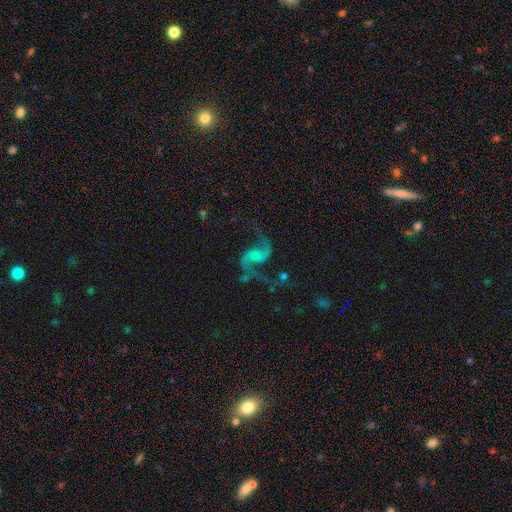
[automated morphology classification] This is clearly a featured or disk galaxy (89%). It is clearly not viewed edge-on (98%). Bar: marginally no (43%). Spiral arm pattern: clearly yes (97%). Spiral arm count: clearly 2 (94%). Spiral winding: likely loose (77%). Central bulge: possibly none (46%). Merging: likely none (64%).